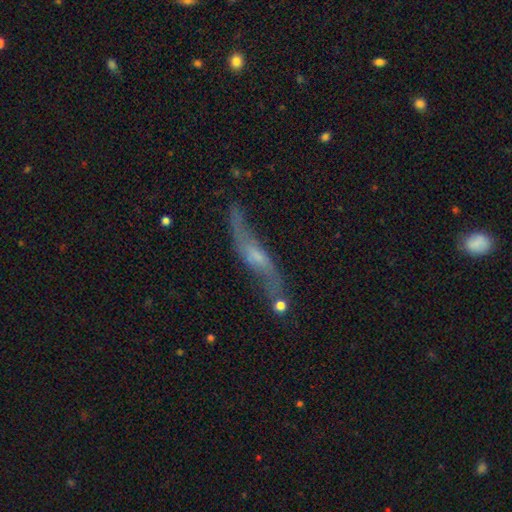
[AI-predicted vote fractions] smooth_or_featured: featured or disk (p=0.75) [alt: smooth p=0.14]
disk_edge_on: no (p=0.53) [alt: yes p=0.47]
merging: none (p=0.66) [alt: minor disturbance p=0.18]